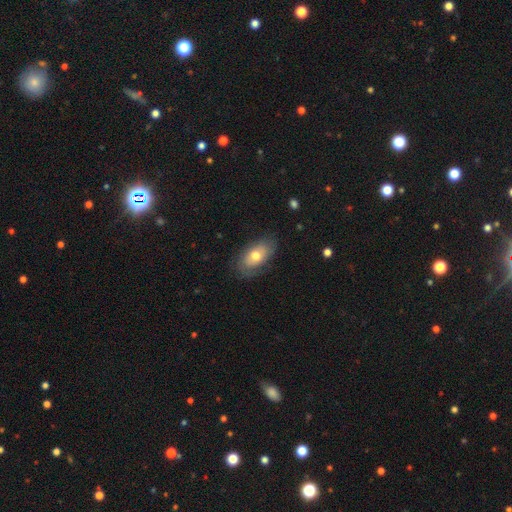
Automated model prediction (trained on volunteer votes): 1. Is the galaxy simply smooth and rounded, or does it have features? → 62% smooth, 31% featured or disk, 7% star or artifact.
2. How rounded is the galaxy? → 91% in between, 6% round, 3% cigar-shaped.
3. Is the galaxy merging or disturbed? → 74% none, 19% minor disturbance, 5% major disturbance, 1% merger.